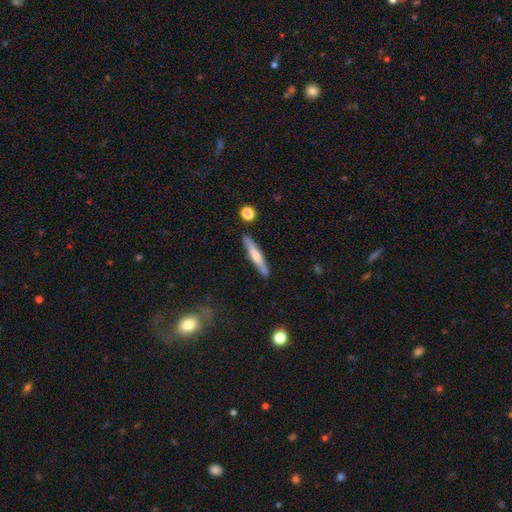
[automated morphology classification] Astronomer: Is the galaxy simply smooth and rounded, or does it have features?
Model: smooth — 53% (runner-up: featured or disk, 41%).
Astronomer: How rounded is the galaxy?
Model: cigar-shaped — 91%.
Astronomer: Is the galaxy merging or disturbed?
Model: none — 86%.